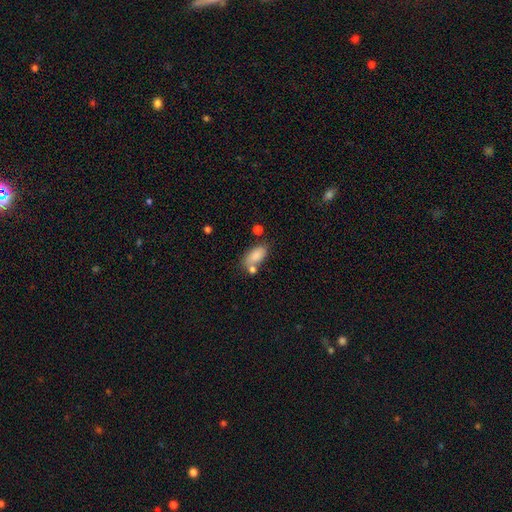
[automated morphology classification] smooth_or_featured: smooth (p=0.84) [alt: featured or disk p=0.08]
how_rounded: in between (p=0.90) [alt: cigar-shaped p=0.06]
merging: none (p=0.56) [alt: merger p=0.20]